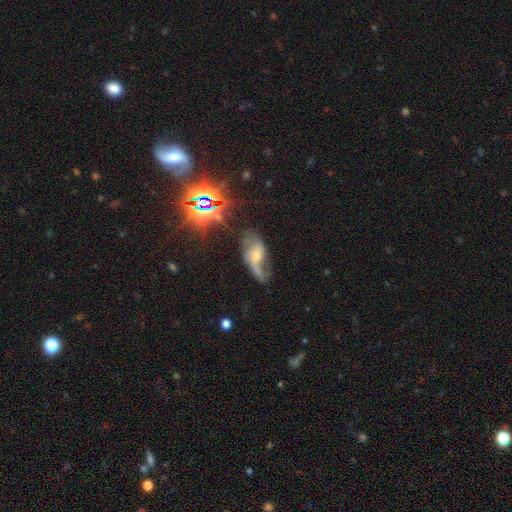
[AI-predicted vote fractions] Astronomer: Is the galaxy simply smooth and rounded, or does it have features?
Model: featured or disk — 69%.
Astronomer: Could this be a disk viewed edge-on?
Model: no — 94%.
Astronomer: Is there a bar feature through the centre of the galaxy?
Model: no — 49% (runner-up: weak, 39%).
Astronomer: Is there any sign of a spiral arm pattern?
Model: yes — 87%.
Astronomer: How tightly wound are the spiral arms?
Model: loose — 67%.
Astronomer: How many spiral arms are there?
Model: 2 — 74%.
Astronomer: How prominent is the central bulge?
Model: moderate — 49% (runner-up: small, 42%).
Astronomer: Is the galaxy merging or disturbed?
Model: none — 45% (runner-up: minor disturbance, 25%).